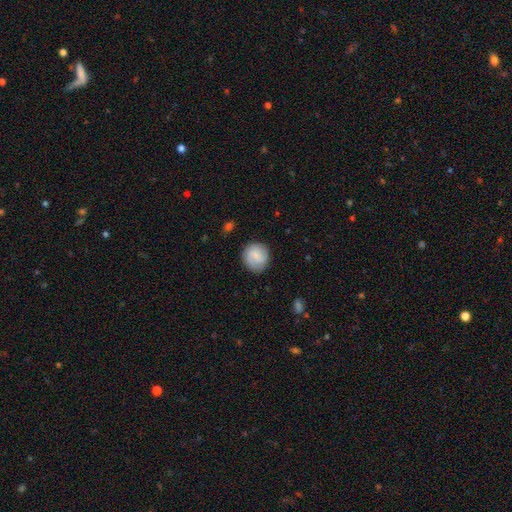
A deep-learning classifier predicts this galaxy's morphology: Smooth or featured? smooth (60%)
How rounded? round (86%)
Merging? none (81%)